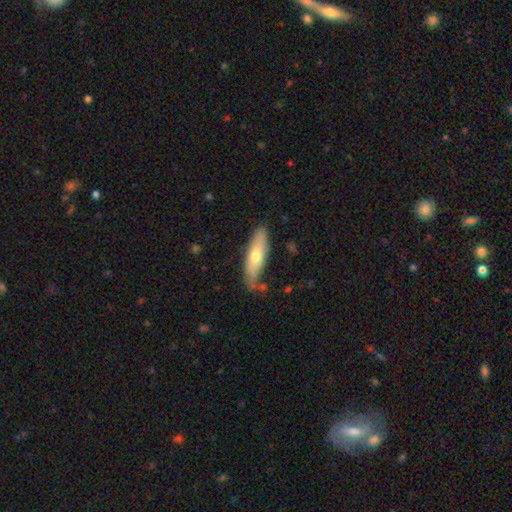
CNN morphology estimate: The model was most divided on "how rounded": cigar-shaped: 51%, in between: 47%, round: 2%. More confident: merging — none (71%); smooth or featured — smooth (61%).